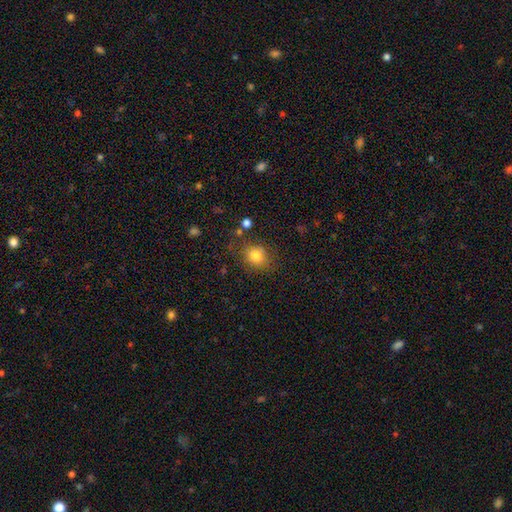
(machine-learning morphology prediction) The model was most divided on "how rounded": round: 68%, in between: 31%, cigar-shaped: 1%. More confident: smooth or featured — smooth (81%); merging — none (77%).